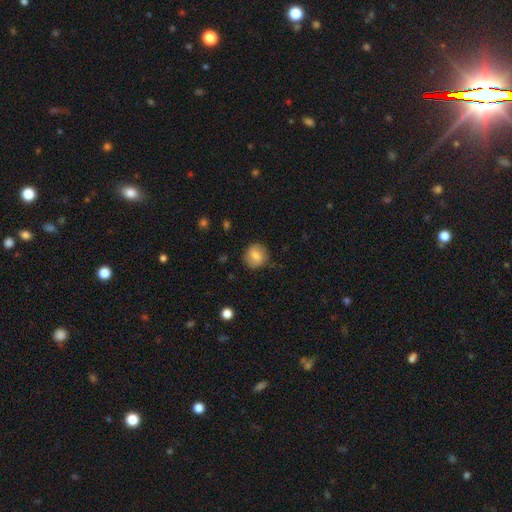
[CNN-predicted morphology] This is likely a smooth galaxy (75%). How rounded: clearly round (83%). Merging: clearly none (81%).